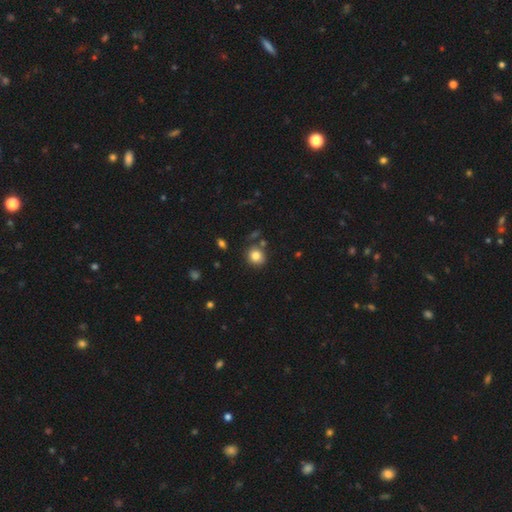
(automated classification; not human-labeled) Overall: smooth (82%). How rounded: round (84%). Merging: none (80%).